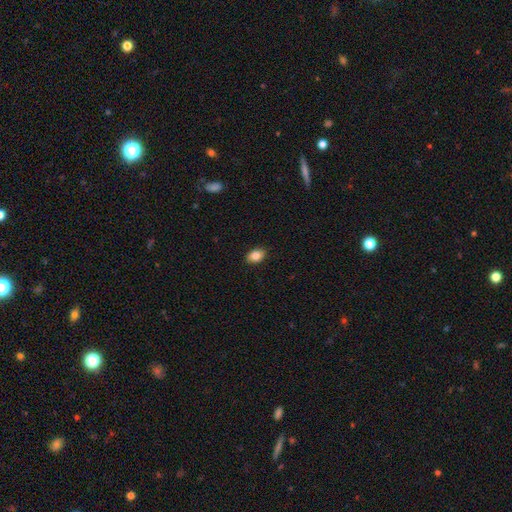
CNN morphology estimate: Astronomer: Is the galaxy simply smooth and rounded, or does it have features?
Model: smooth — 85%.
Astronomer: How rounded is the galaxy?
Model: in between — 82%.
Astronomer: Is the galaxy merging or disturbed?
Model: none — 89%.